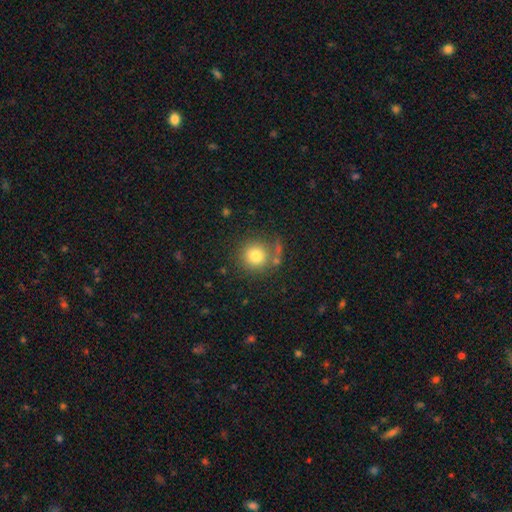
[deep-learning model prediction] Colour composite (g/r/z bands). It shows a smooth galaxy with no disk features (79%) that is round (92%). Merging: none (67%).